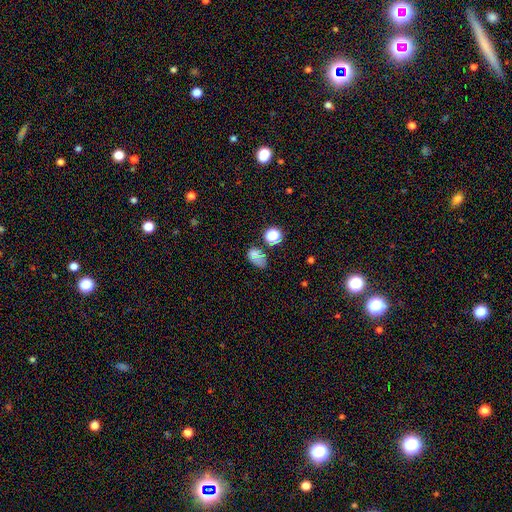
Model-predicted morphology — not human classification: The model was most divided on "merging": none: 59%, minor disturbance: 22%, major disturbance: 10%, merger: 10%. More confident: how rounded — in between (74%); smooth or featured — smooth (65%).